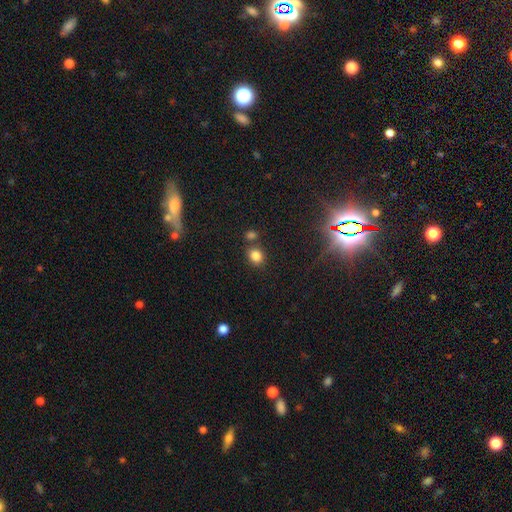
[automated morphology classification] smooth_or_featured: smooth (p=0.82) [alt: star or artifact p=0.12]
how_rounded: round (p=0.56) [alt: in between p=0.43]
merging: none (p=0.68) [alt: merger p=0.18]